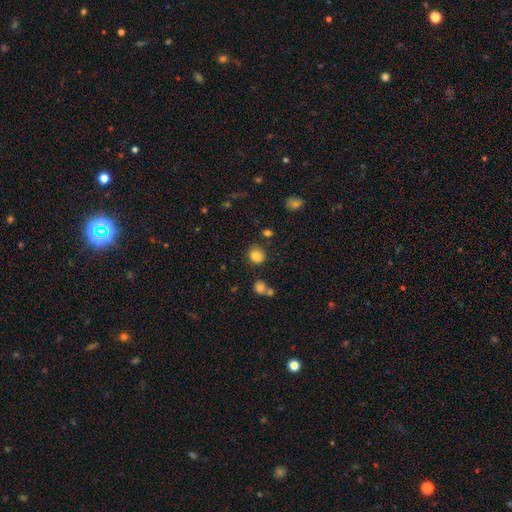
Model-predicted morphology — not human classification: Smooth or featured: smooth — 82% (star or artifact — 12%)
How rounded: round — 84% (in between — 15%)
Merging: none — 80% (minor disturbance — 12%)